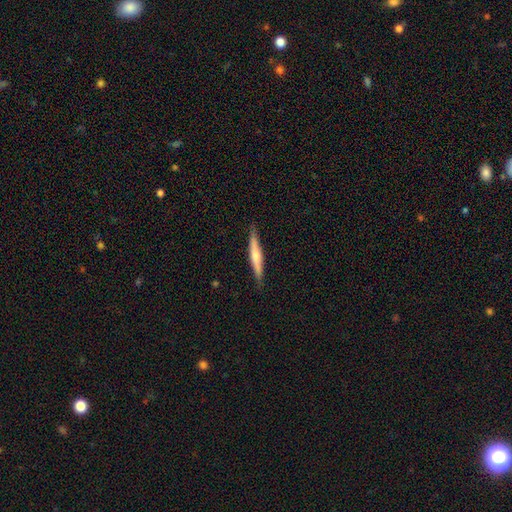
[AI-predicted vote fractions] Smooth or featured?
  - featured or disk: 51% *
  - smooth: 43%
  - star or artifact: 5%
Edge-on disk?
  - yes: 96% *
  - no: 4%
Merging?
  - none: 88% *
  - minor disturbance: 9%
  - major disturbance: 2%
  - merger: 1%